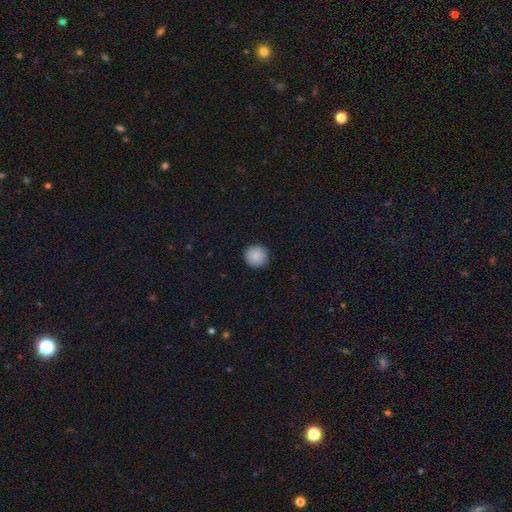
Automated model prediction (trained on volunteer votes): Morphology: type=smooth (89%); roundness=round (95%); merging=none (92%).